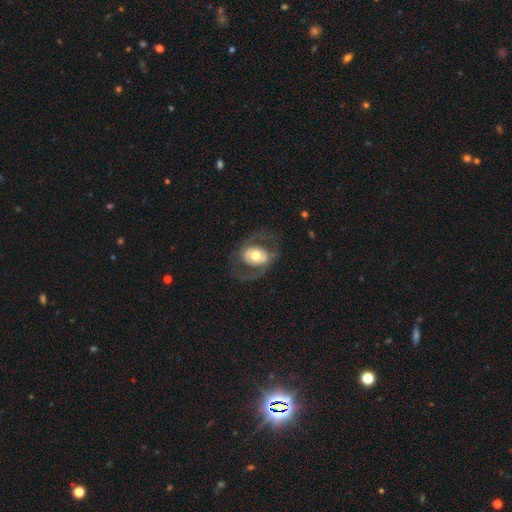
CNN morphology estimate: A featured or disk galaxy (62%) with no bar (67%), no spiral arms (53%) and a moderate central bulge (64%). Merging: none (68%).